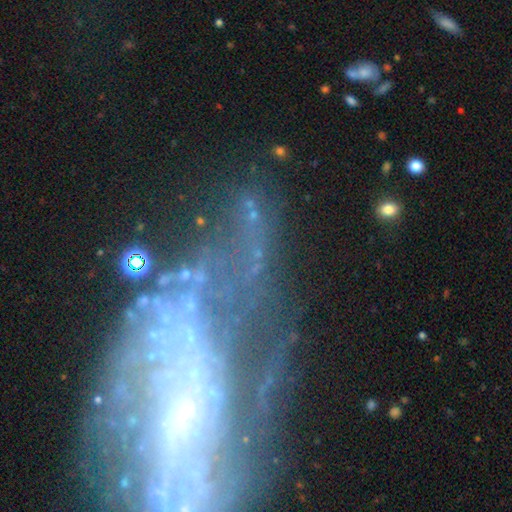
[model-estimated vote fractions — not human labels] Q: Smooth or featured?
A: featured or disk (42%); runner-up: star or artifact (39%)
Q: Merging?
A: none (50%); runner-up: major disturbance (21%)